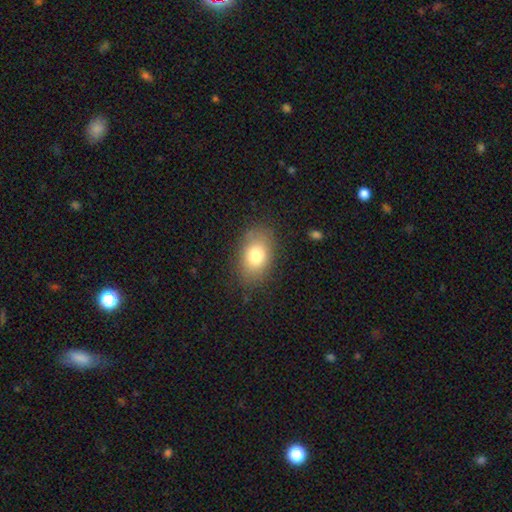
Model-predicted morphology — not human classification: smooth 78%, featured or disk 13%, star or artifact 9%. Down the decision tree: how rounded — in between (83%); merging — none (81%).